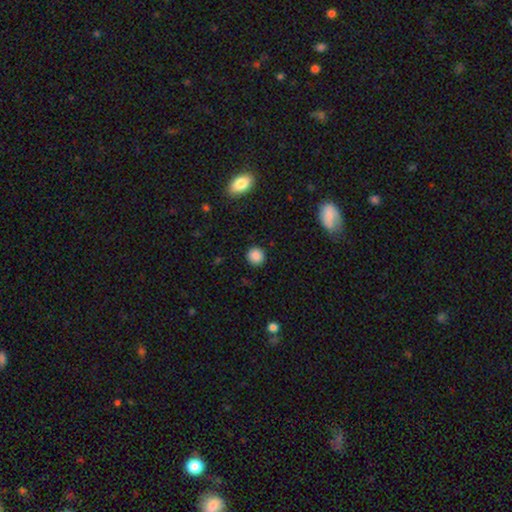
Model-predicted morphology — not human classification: A smooth galaxy with no disk features (87%) that is round (92%). Merging: none (91%).